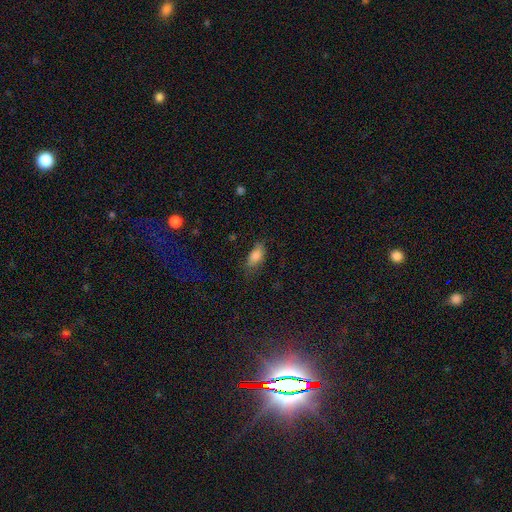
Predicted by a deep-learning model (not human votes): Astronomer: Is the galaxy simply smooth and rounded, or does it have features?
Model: smooth — 83%.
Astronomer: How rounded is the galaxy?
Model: in between — 87%.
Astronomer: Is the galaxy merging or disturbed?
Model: none — 69%.